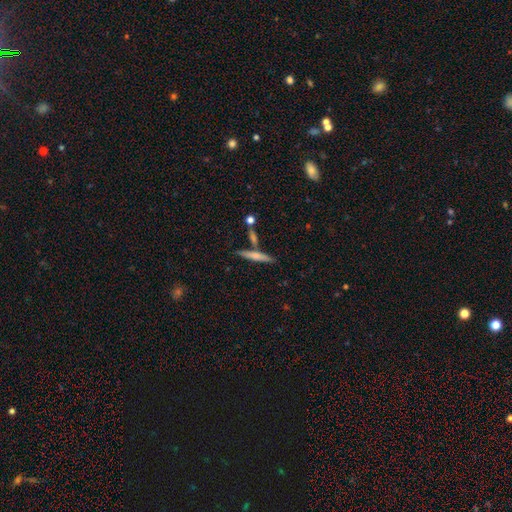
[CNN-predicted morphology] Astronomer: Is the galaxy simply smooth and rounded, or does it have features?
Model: smooth — 54% (runner-up: featured or disk, 40%).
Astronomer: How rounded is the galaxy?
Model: cigar-shaped — 90%.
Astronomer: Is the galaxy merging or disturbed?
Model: none — 74%.